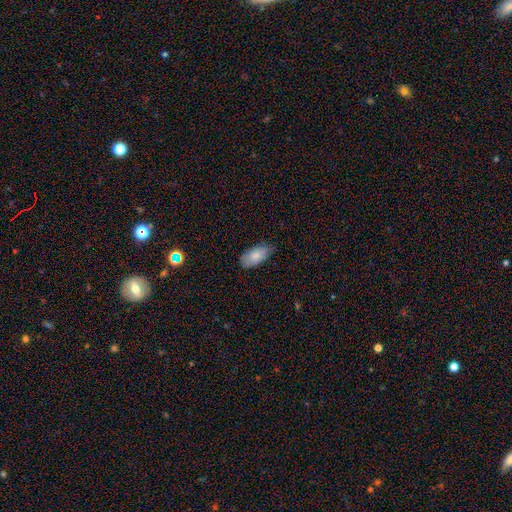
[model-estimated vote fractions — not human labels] Morphology: type=smooth (81%); roundness=in between (93%); merging=none (70%).